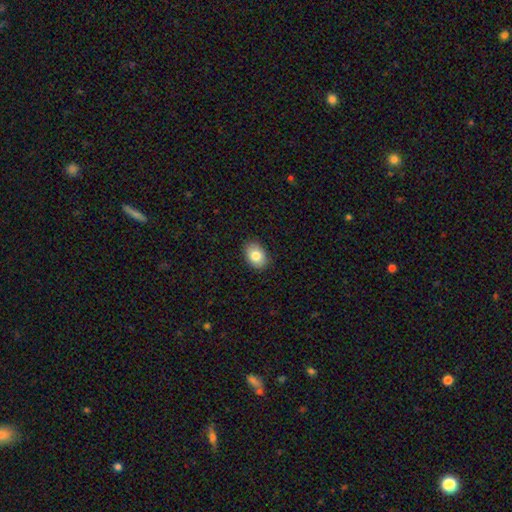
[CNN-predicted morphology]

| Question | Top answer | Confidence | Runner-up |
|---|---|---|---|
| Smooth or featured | smooth | 83% | featured or disk (9%) |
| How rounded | in between | 78% | round (21%) |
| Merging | none | 88% | minor disturbance (9%) |